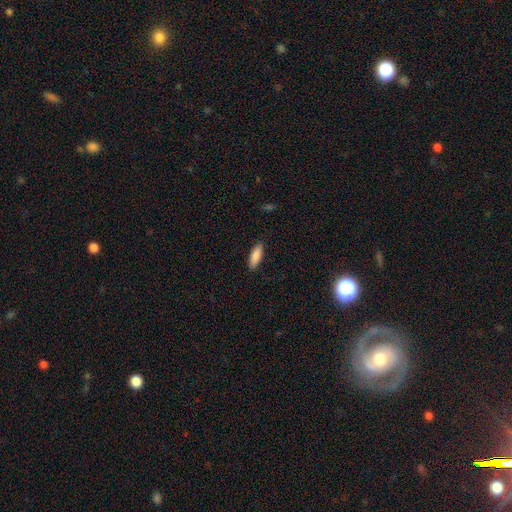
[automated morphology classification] Overall: smooth (87%). How rounded: in between (57%; cigar-shaped 41%). Merging: none (88%).